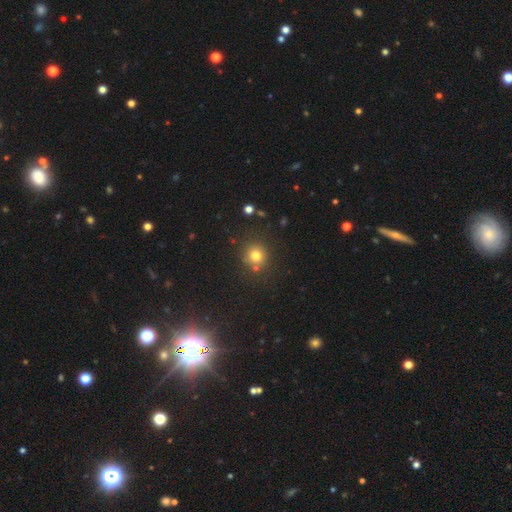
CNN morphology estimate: The model was most divided on "smooth or featured": smooth: 77%, star or artifact: 16%, featured or disk: 7%. More confident: how rounded — round (91%); merging — none (78%).